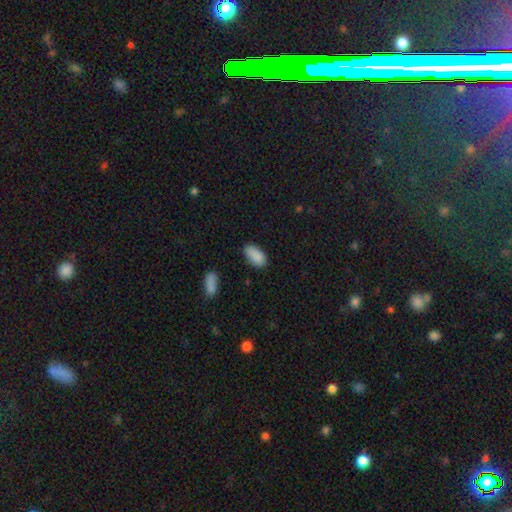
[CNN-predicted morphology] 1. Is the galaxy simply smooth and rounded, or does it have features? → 87% smooth, 8% star or artifact, 5% featured or disk.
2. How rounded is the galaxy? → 93% in between, 3% round, 3% cigar-shaped.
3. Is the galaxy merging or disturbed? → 69% none, 24% minor disturbance, 5% major disturbance, 3% merger.